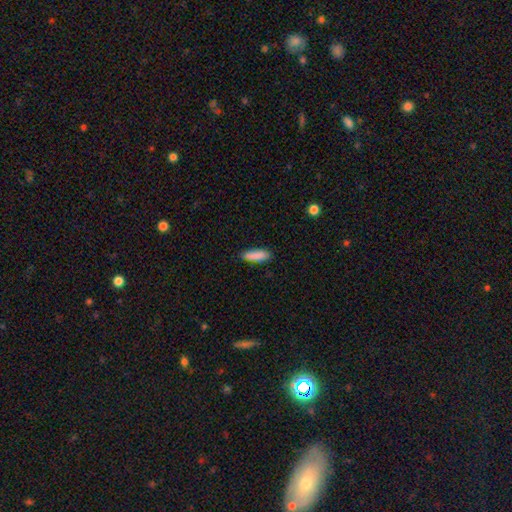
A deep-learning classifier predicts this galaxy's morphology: Q: Smooth or featured?
A: smooth (89%); runner-up: star or artifact (6%)
Q: How rounded?
A: cigar-shaped (50%); runner-up: in between (48%)
Q: Merging?
A: none (85%); runner-up: minor disturbance (11%)